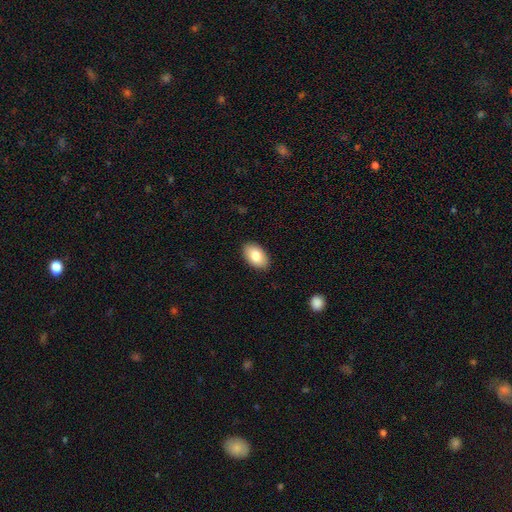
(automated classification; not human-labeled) Smooth or featured? Predicted: smooth (p=0.82). How rounded? Predicted: in between (p=0.92). Merging? Predicted: none (p=0.89).